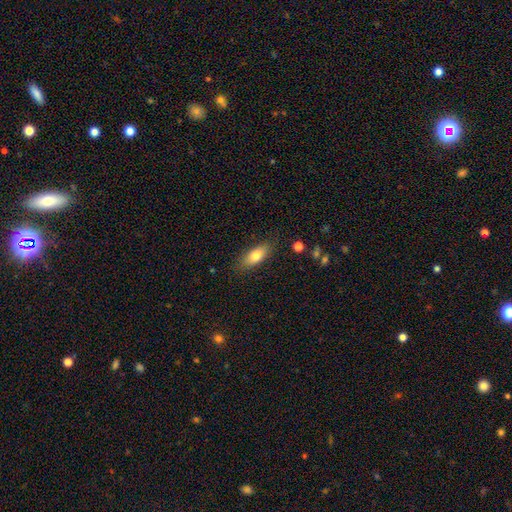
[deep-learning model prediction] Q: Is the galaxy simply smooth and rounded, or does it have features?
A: smooth — 75%.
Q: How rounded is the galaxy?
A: in between — 77%.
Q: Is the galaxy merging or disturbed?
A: none — 83%.